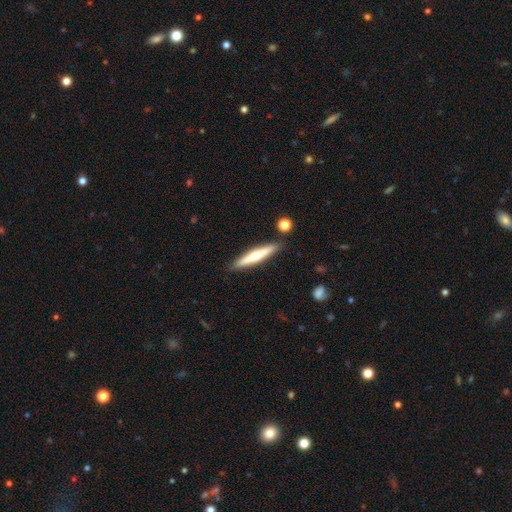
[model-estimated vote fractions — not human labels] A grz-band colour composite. It shows a featured or disk galaxy (52%) viewed edge-on (95%). Merging: none (88%).